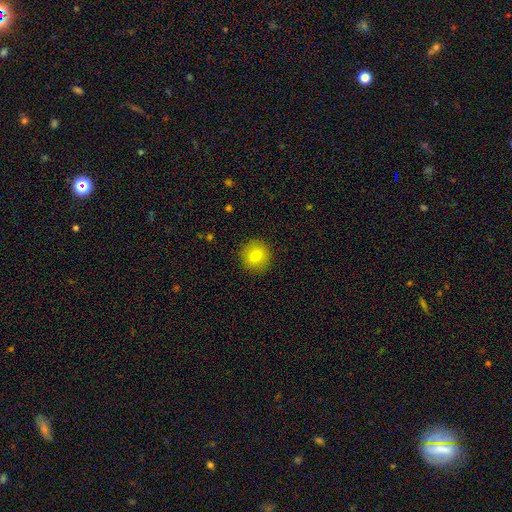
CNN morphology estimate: This is likely a smooth galaxy (79%). How rounded: clearly round (92%). Merging: clearly none (91%).